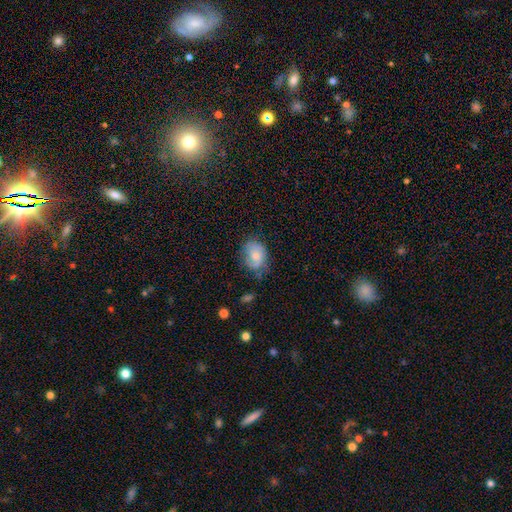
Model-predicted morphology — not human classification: A smooth galaxy with no disk features (52%) that is in between round and cigar-shaped (69%).

Vote fractions:
- Smooth or featured? smooth: 52% / featured or disk: 40% / star or artifact: 8%
- How rounded? in between: 69% / round: 30% / cigar-shaped: 1%
- Merging? none: 57% / minor disturbance: 30% / major disturbance: 11% / merger: 2%